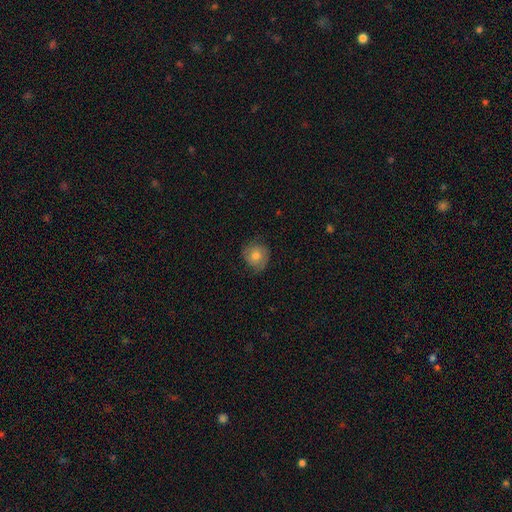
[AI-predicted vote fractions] This is possibly a smooth galaxy (57%). How rounded: clearly round (83%). Merging: likely none (73%).